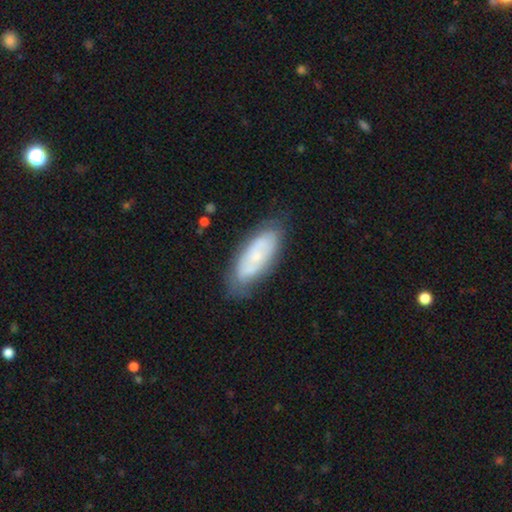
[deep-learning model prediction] Q: Smooth or featured?
A: smooth (47%); runner-up: featured or disk (46%)
Q: Merging?
A: none (74%); runner-up: minor disturbance (19%)